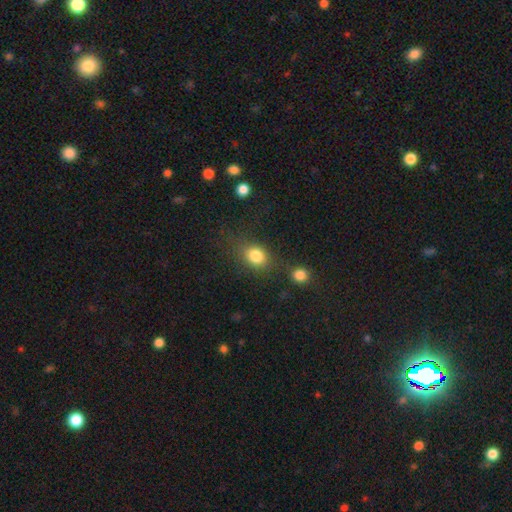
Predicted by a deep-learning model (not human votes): smooth 82%, star or artifact 11%, featured or disk 7%. Down the decision tree: how rounded — in between (49%, tied with round); merging — none (67%).